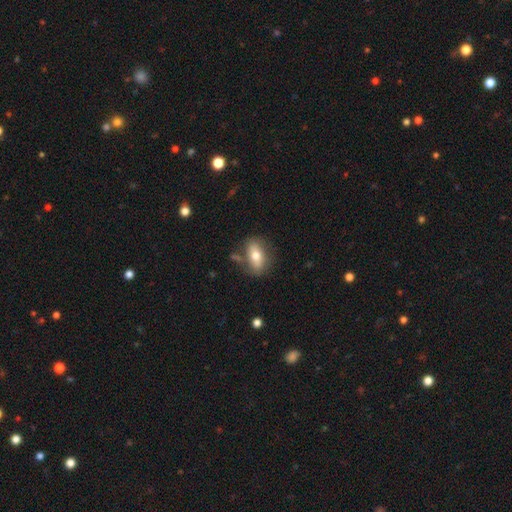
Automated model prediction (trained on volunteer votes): This appears to be a smooth galaxy with no disk features (66%) that is in between round and cigar-shaped (82%). Merging: none (71%).